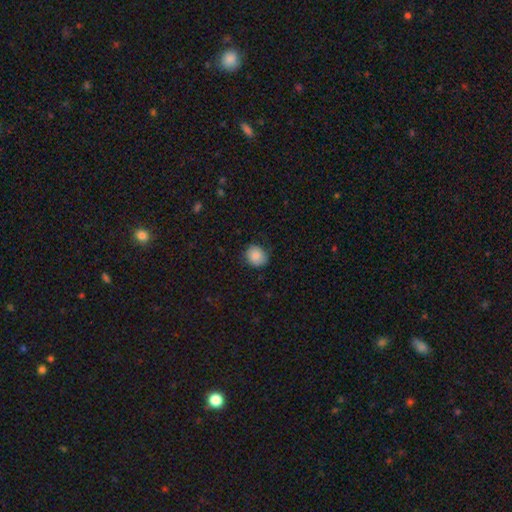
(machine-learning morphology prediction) A smooth galaxy with no disk features (85%) that is round (76%).

Vote fractions:
- Smooth or featured? smooth: 85% / star or artifact: 8% / featured or disk: 7%
- How rounded? round: 76% / in between: 23% / cigar-shaped: 1%
- Merging? none: 77% / minor disturbance: 18% / major disturbance: 4% / merger: 1%